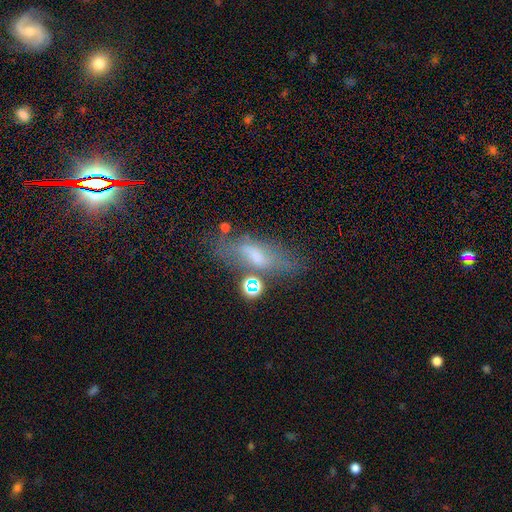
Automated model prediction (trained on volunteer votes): smooth_or_featured: smooth (p=0.49) [alt: featured or disk p=0.36]
merging: none (p=0.51) [alt: minor disturbance p=0.23]